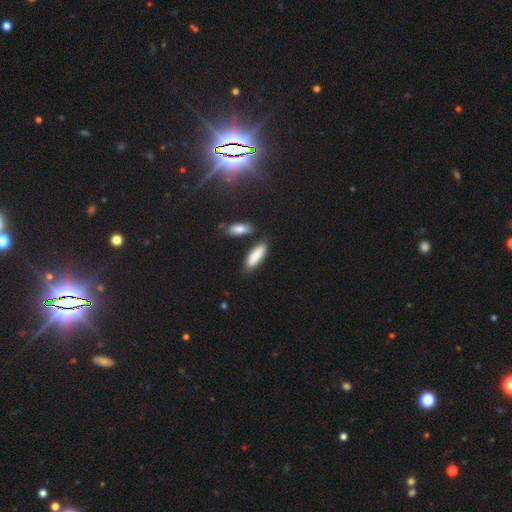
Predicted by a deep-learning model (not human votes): Smooth or featured?
  - smooth: 85% *
  - featured or disk: 9%
  - star or artifact: 6%
How rounded?
  - cigar-shaped: 53% *
  - in between: 46%
  - round: 2%
Merging?
  - none: 74% *
  - minor disturbance: 13%
  - merger: 10%
  - major disturbance: 3%